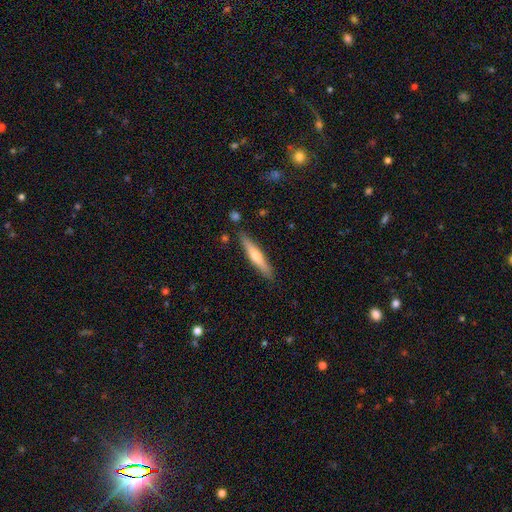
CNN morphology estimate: This is possibly a featured or disk galaxy (49%). Merging: clearly none (87%).